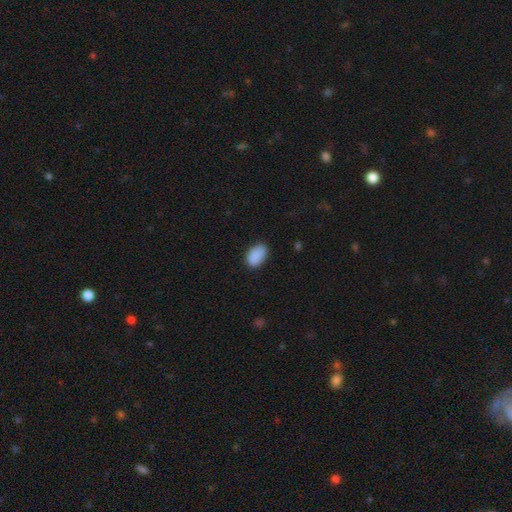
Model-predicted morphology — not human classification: This appears to be a smooth galaxy with no disk features (88%) that is in between round and cigar-shaped (90%). Merging: none (77%).